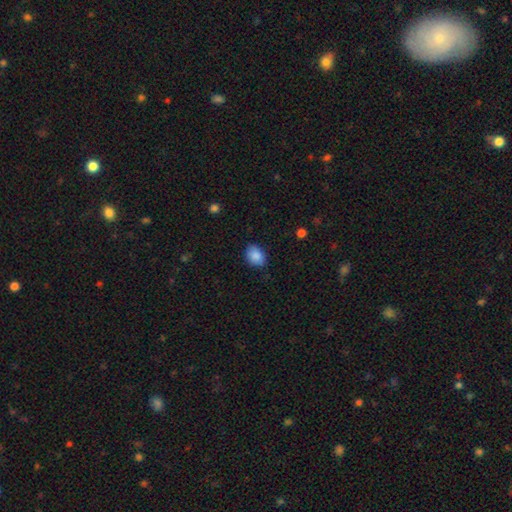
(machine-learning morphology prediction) type=smooth (88%); roundness=in between (72%); merging=none (79%).